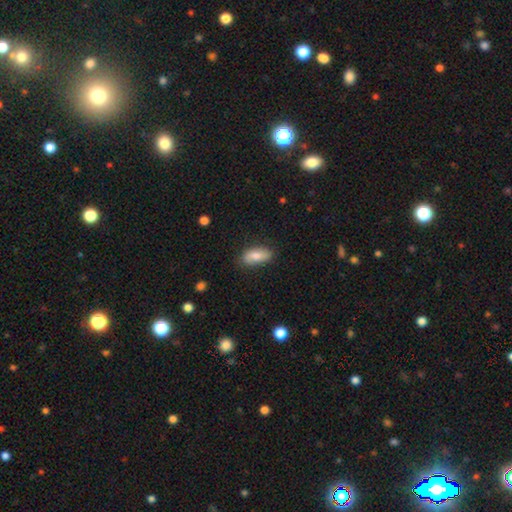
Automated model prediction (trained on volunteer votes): A smooth galaxy with no disk features (77%) that is in between round and cigar-shaped (87%).

Vote fractions:
- Smooth or featured? smooth: 77% / featured or disk: 16% / star or artifact: 7%
- How rounded? in between: 87% / cigar-shaped: 10% / round: 3%
- Merging? none: 79% / minor disturbance: 17% / major disturbance: 3% / merger: 1%